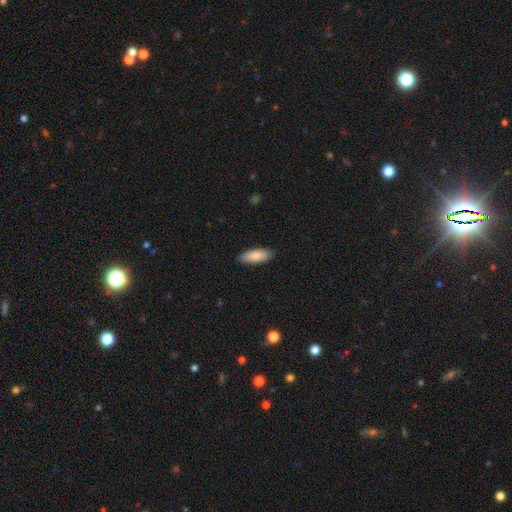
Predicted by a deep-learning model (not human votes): smooth-or-featured: smooth: 85% | featured or disk: 9% | star or artifact: 6%
  how-rounded: in between: 67% | cigar-shaped: 31% | round: 2%
  merging: none: 88% | minor disturbance: 9% | major disturbance: 2% | merger: 1%